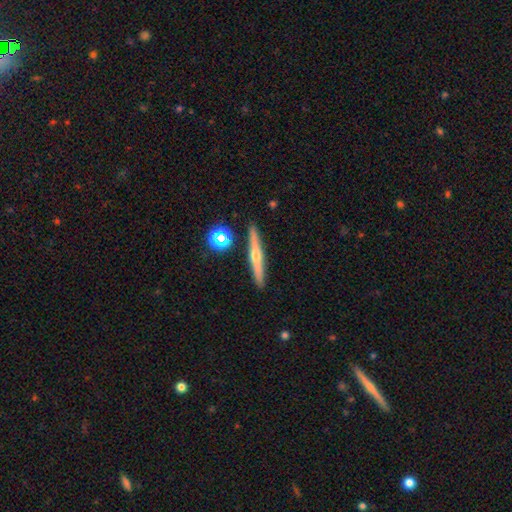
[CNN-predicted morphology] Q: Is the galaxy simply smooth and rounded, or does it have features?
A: featured or disk — 65%.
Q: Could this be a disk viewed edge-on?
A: yes — 97%.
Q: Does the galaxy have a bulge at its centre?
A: rounded — 87%.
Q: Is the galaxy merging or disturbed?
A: none — 89%.